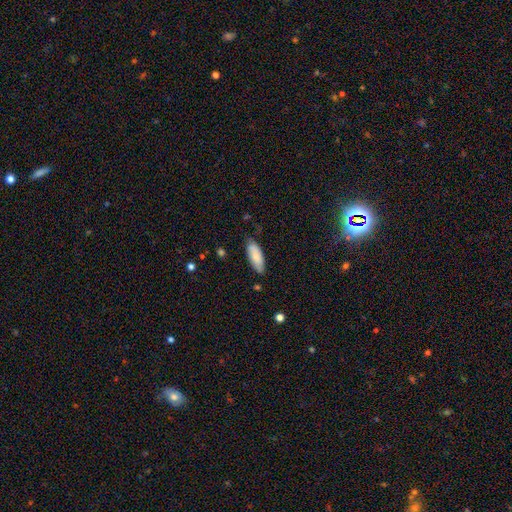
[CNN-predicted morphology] Smooth or featured? Predicted: smooth (p=0.82). How rounded? Predicted: in between (p=0.74). Merging? Predicted: none (p=0.75).